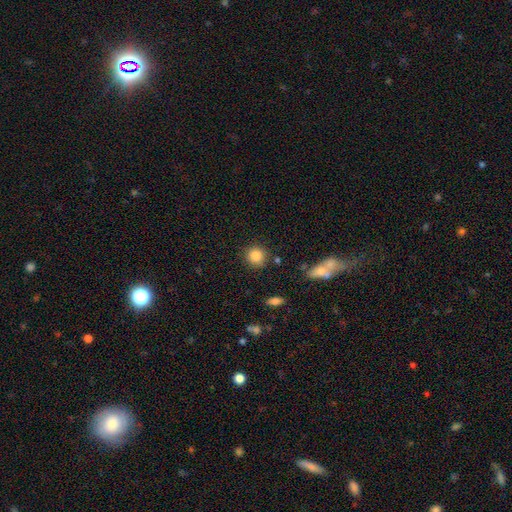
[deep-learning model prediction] Q: Smooth or featured?
A: smooth (85%); runner-up: star or artifact (9%)
Q: How rounded?
A: round (87%); runner-up: in between (12%)
Q: Merging?
A: none (84%); runner-up: minor disturbance (10%)